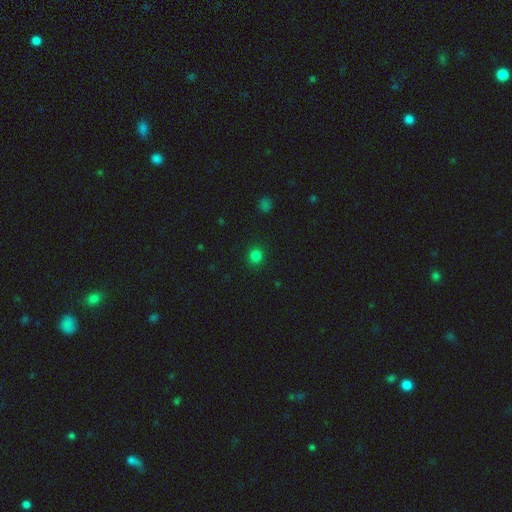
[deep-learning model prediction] The model was most divided on "smooth or featured": smooth: 82%, star or artifact: 15%, featured or disk: 3%. More confident: how rounded — round (91%); merging — none (91%).